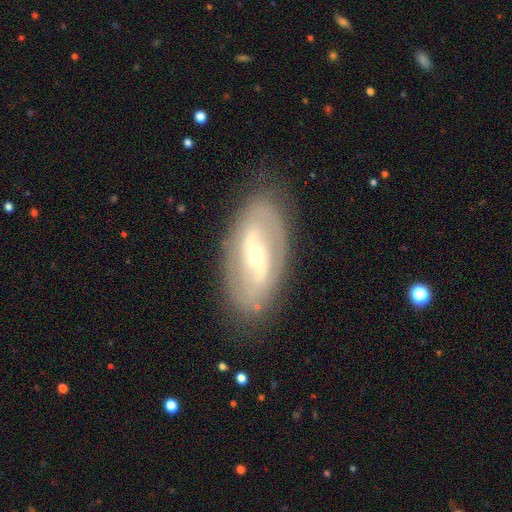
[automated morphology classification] Smooth or featured?
  - featured or disk: 78% *
  - smooth: 15%
  - star or artifact: 6%
Edge-on disk?
  - no: 92% *
  - yes: 8%
Bar?
  - weak: 39% *
  - strong: 37%
  - no: 24%
Spiral arms?
  - yes: 73% *
  - no: 27%
Spiral winding?
  - medium: 40% *
  - tight: 32%
  - loose: 29%
Spiral arm count?
  - 2: 78% *
  - can't tell: 15%
  - 1: 2%
  - 3: 2%
  - 4: 1%
  - more than 4: 1%
Bulge size?
  - small: 57% *
  - moderate: 39%
  - large: 2%
  - none: 1%
  - dominant: 1%
Merging?
  - none: 82% *
  - minor disturbance: 12%
  - major disturbance: 4%
  - merger: 1%